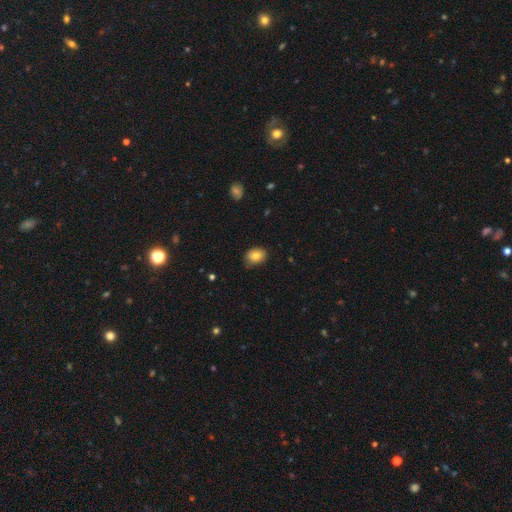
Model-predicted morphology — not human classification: Overall: smooth (81%). How rounded: in between (64%; round 35%). Merging: none (78%).